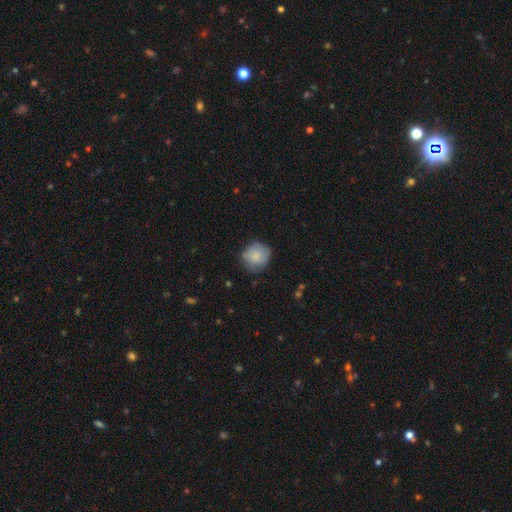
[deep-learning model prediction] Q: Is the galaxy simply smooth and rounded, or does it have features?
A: smooth — 78%.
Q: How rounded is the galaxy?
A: round — 88%.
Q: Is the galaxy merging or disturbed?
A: none — 73%.